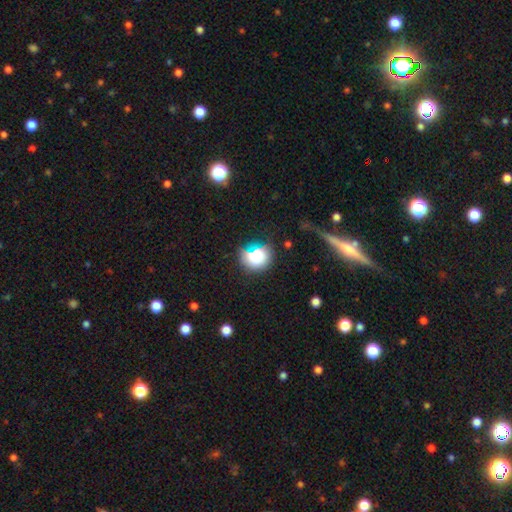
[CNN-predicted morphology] smooth-or-featured: smooth: 78% | star or artifact: 14% | featured or disk: 9%
  how-rounded: round: 76% | in between: 22% | cigar-shaped: 1%
  merging: none: 66% | minor disturbance: 20% | major disturbance: 8% | merger: 7%